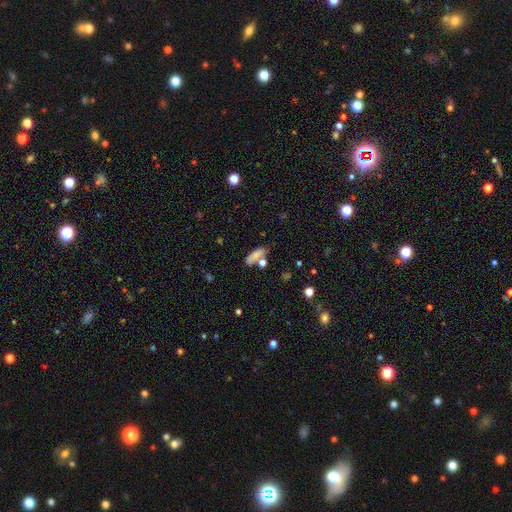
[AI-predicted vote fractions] Q: Smooth or featured?
A: smooth (72%); runner-up: featured or disk (18%)
Q: How rounded?
A: in between (60%); runner-up: cigar-shaped (35%)
Q: Merging?
A: none (53%); runner-up: merger (21%)